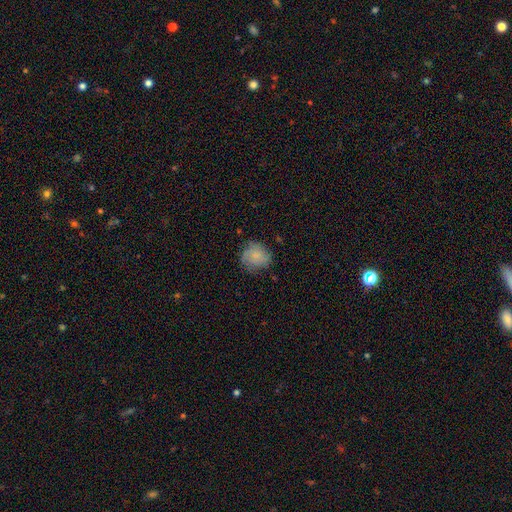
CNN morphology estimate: Q: Smooth or featured?
A: smooth (73%); runner-up: featured or disk (18%)
Q: How rounded?
A: round (83%); runner-up: in between (16%)
Q: Merging?
A: none (70%); runner-up: minor disturbance (22%)